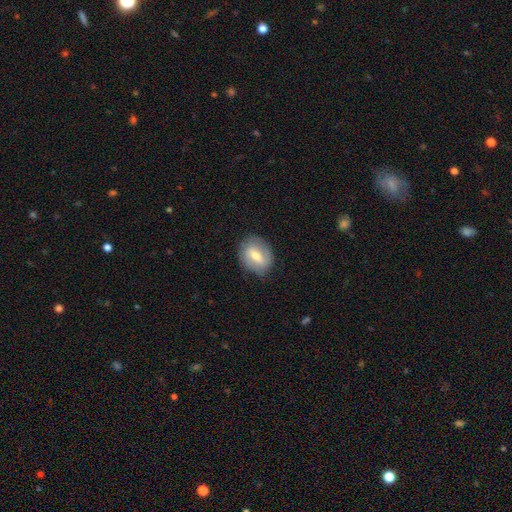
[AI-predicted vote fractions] Smooth or featured? Predicted: smooth (p=0.52). How rounded? Predicted: in between (p=0.60). Merging? Predicted: none (p=0.78).